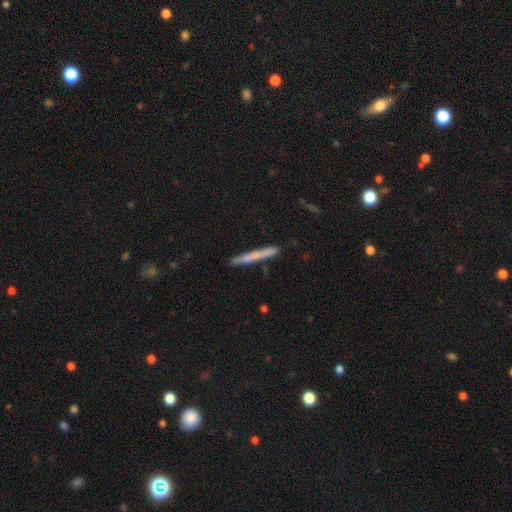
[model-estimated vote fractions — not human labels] The model was most divided on "smooth or featured": smooth: 65%, featured or disk: 29%, star or artifact: 6%. More confident: how rounded — cigar-shaped (97%); merging — none (86%).